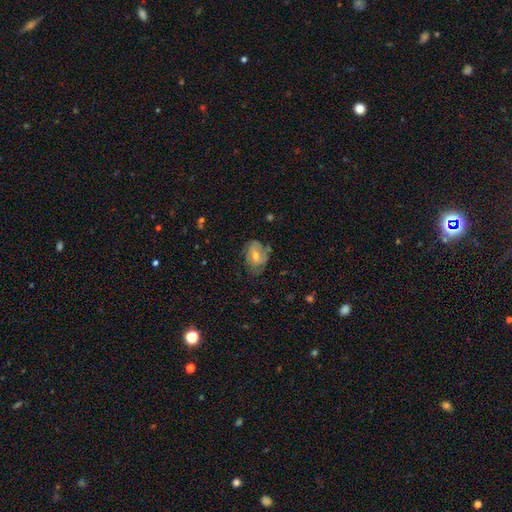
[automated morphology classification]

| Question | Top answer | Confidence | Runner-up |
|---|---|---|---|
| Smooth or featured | featured or disk | 52% | smooth (36%) |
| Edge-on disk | no | 94% | yes (6%) |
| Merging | none | 62% | minor disturbance (26%) |